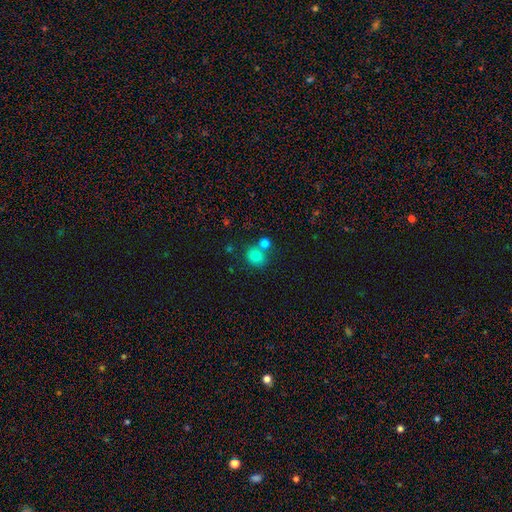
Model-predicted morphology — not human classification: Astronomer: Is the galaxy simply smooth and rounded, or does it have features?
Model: smooth — 82%.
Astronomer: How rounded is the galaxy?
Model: round — 66%.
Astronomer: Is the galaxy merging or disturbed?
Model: none — 54% (runner-up: merger, 31%).